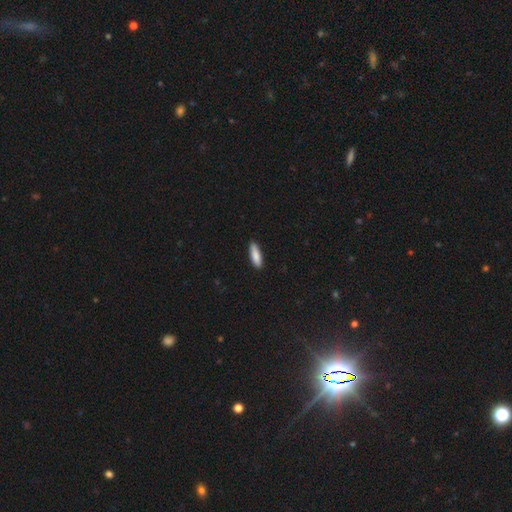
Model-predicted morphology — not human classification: Smooth or featured?
  - smooth: 86% *
  - featured or disk: 8%
  - star or artifact: 6%
How rounded?
  - cigar-shaped: 51% *
  - in between: 47%
  - round: 2%
Merging?
  - none: 85% *
  - minor disturbance: 12%
  - major disturbance: 2%
  - merger: 1%